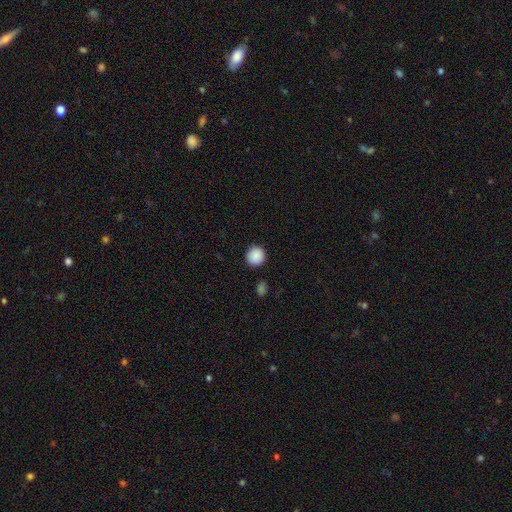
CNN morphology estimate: This appears to be a smooth galaxy with no disk features (89%) that is round (94%). Merging: none (91%).